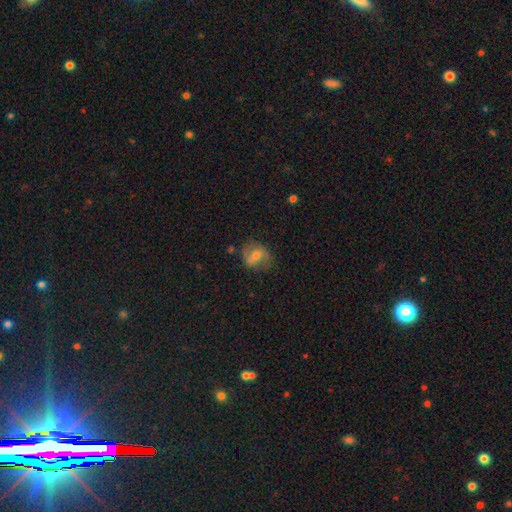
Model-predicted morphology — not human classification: Smooth or featured?
  - featured or disk: 50% *
  - smooth: 42%
  - star or artifact: 8%
Edge-on disk?
  - no: 96% *
  - yes: 4%
Merging?
  - none: 66% *
  - minor disturbance: 22%
  - major disturbance: 10%
  - merger: 2%